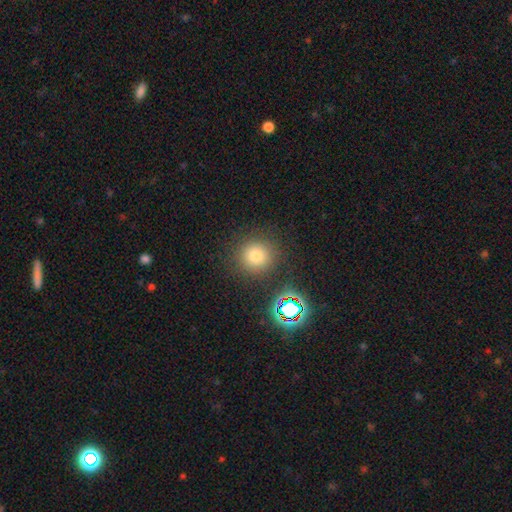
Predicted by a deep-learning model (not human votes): Q: Smooth or featured?
A: smooth (74%); runner-up: star or artifact (19%)
Q: How rounded?
A: round (90%); runner-up: in between (9%)
Q: Merging?
A: none (86%); runner-up: minor disturbance (8%)